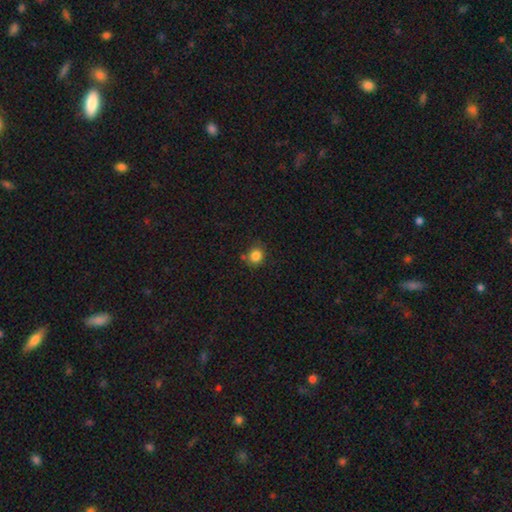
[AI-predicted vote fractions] smooth 84%, star or artifact 11%, featured or disk 4%. Down the decision tree: how rounded — round (86%); merging — none (77%).